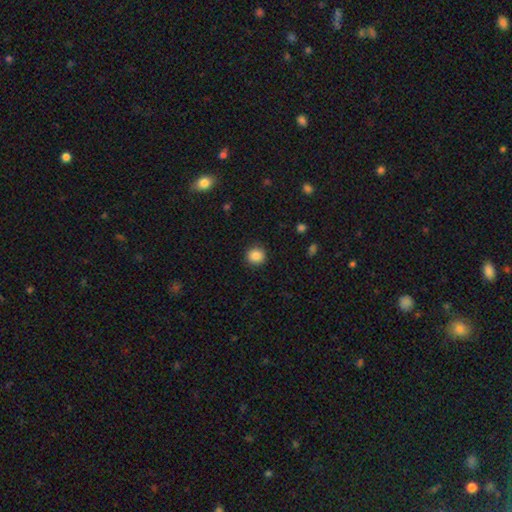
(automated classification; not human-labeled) smooth 87%, star or artifact 9%, featured or disk 3%. Down the decision tree: how rounded — round (92%); merging — none (91%).